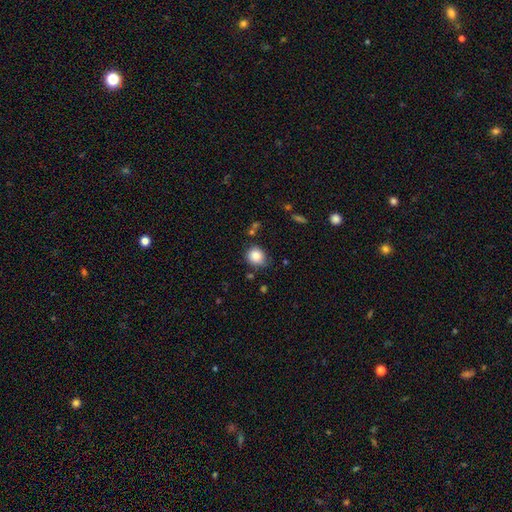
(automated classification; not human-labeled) Smooth or featured? Predicted: smooth (p=0.84). How rounded? Predicted: round (p=0.78). Merging? Predicted: none (p=0.74).